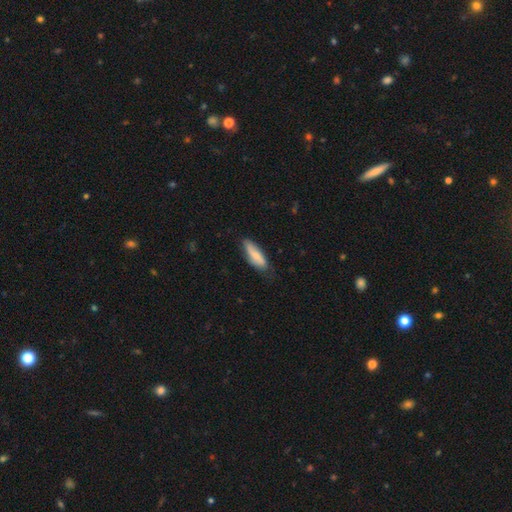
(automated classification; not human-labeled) smooth-or-featured: smooth: 68% | featured or disk: 26% | star or artifact: 6%
  how-rounded: in between: 58% | cigar-shaped: 40% | round: 2%
  merging: none: 69% | minor disturbance: 25% | major disturbance: 5% | merger: 2%